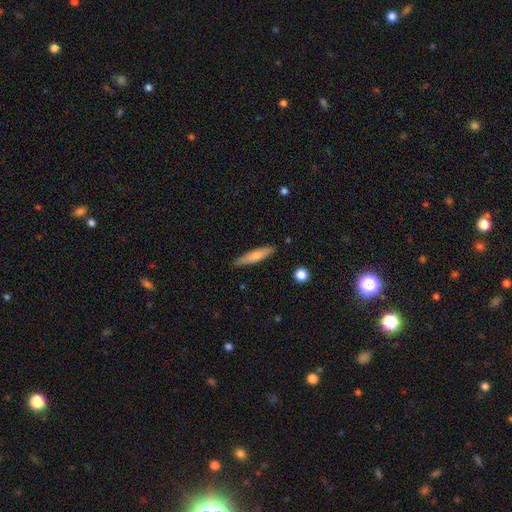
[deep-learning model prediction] A smooth galaxy with no disk features (70%) that is cigar-shaped (85%).

Vote fractions:
- Smooth or featured? smooth: 70% / featured or disk: 24% / star or artifact: 6%
- How rounded? cigar-shaped: 85% / in between: 14% / round: 1%
- Merging? none: 86% / minor disturbance: 11% / major disturbance: 2% / merger: 1%